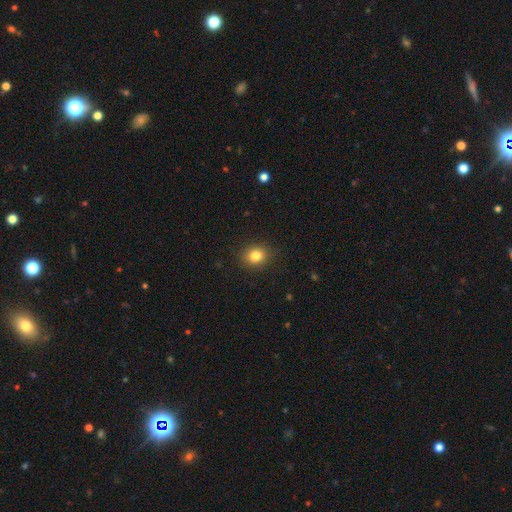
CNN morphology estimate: Q: Smooth or featured?
A: smooth (83%); runner-up: star or artifact (11%)
Q: How rounded?
A: round (71%); runner-up: in between (28%)
Q: Merging?
A: none (89%); runner-up: minor disturbance (8%)